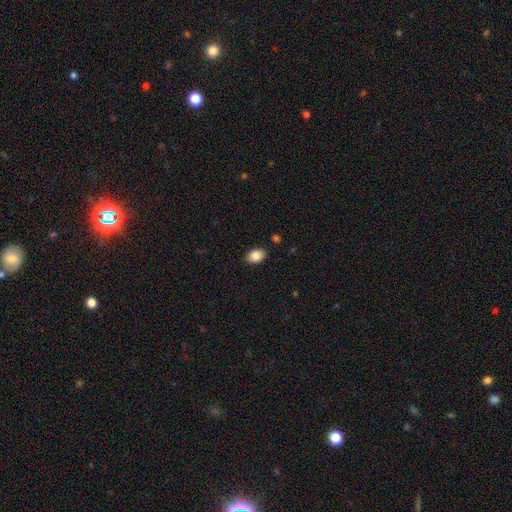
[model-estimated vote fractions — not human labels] This appears to be a smooth galaxy with no disk features (86%) that is in between round and cigar-shaped (85%). Merging: none (88%).